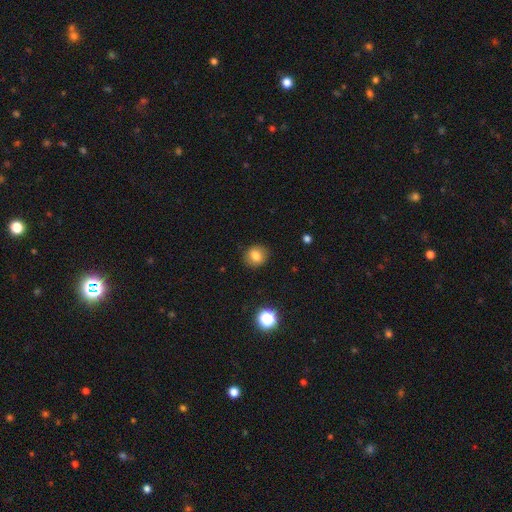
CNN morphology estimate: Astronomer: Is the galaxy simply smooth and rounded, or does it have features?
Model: smooth — 79%.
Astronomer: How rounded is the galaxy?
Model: round — 74%.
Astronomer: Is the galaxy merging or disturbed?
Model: none — 87%.